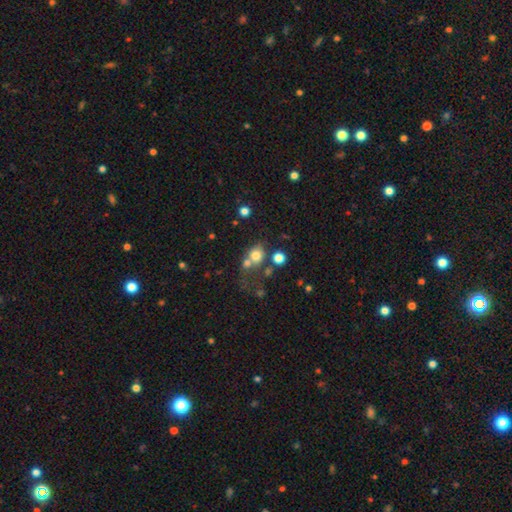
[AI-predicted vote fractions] The model was most divided on "merging": none: 41%, merger: 37%, minor disturbance: 12%, major disturbance: 10%. More confident: how rounded — round (73%); smooth or featured — smooth (72%).